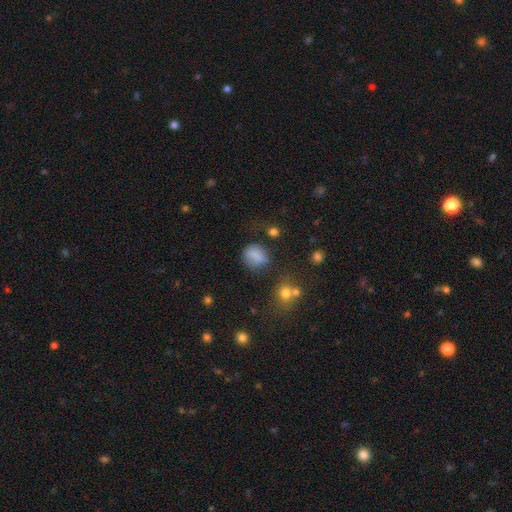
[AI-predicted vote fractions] Smooth or featured? Predicted: smooth (p=0.77). How rounded? Predicted: round (p=0.50). Merging? Predicted: none (p=0.64).